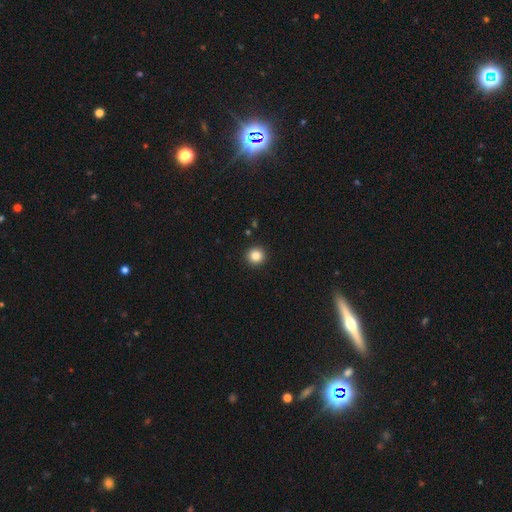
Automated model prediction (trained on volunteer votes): Overall: smooth (85%). How rounded: round (95%). Merging: none (93%).